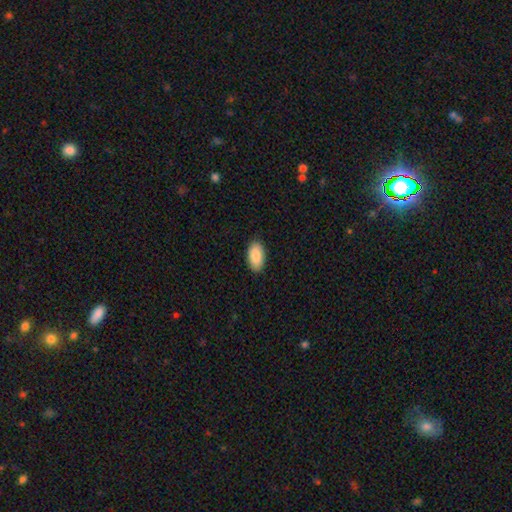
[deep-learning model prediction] This is clearly a smooth galaxy (90%). How rounded: clearly in between (95%). Merging: clearly none (89%).